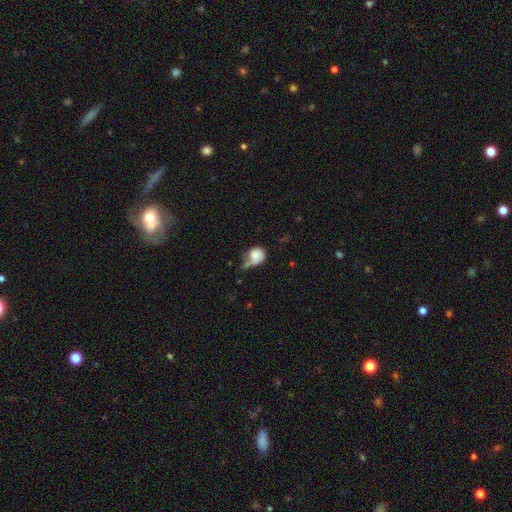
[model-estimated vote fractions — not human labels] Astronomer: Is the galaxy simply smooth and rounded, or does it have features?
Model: smooth — 79%.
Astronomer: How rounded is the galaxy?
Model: round — 75%.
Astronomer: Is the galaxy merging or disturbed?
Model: none — 30% (runner-up: minor disturbance, 28%).